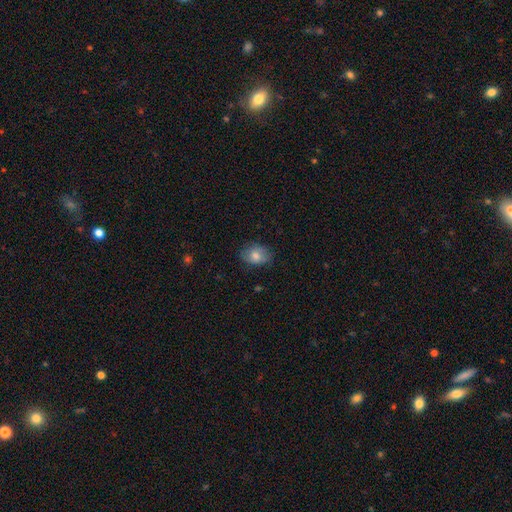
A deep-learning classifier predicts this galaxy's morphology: This appears to be a smooth galaxy with no disk features (75%) that is in between round and cigar-shaped (75%). Merging: none (77%).